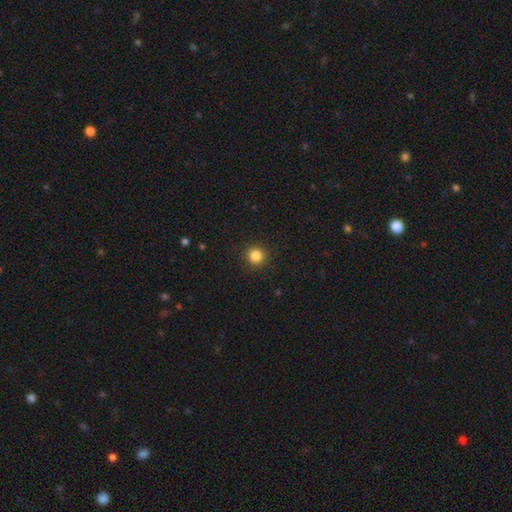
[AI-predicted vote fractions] Smooth or featured? Predicted: smooth (p=0.84). How rounded? Predicted: round (p=0.95). Merging? Predicted: none (p=0.92).